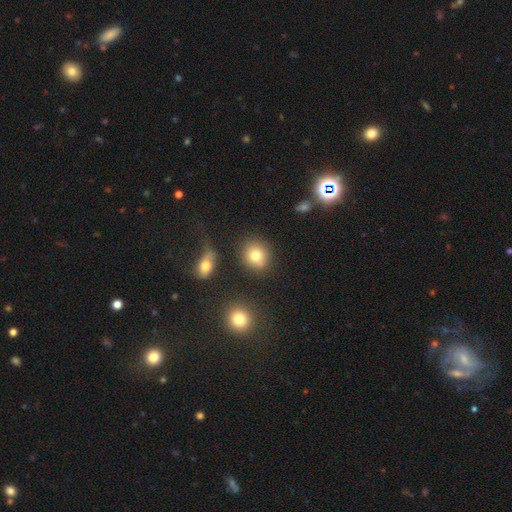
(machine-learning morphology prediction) type=smooth (79%); roundness=round (78%); merging=none (77%).